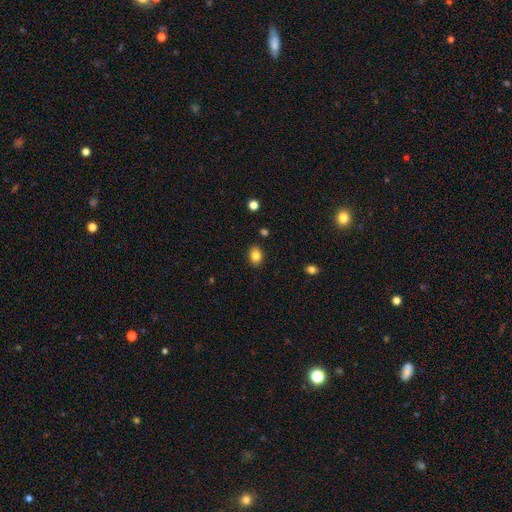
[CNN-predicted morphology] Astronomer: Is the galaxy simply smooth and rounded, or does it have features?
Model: smooth — 83%.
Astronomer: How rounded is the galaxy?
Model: in between — 66%.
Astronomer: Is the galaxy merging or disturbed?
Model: none — 87%.